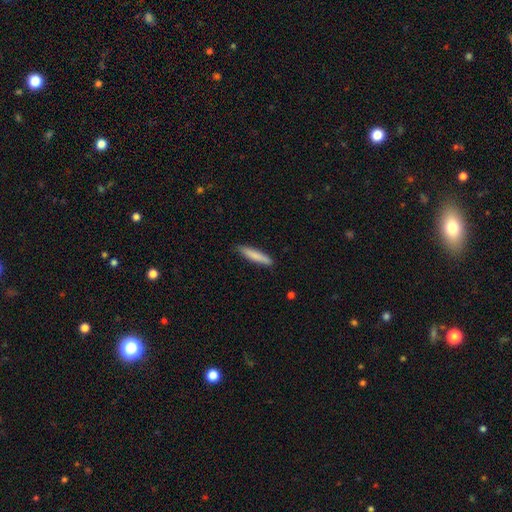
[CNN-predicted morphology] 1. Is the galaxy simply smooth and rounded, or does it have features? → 82% smooth, 12% featured or disk, 6% star or artifact.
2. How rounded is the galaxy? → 87% cigar-shaped, 12% in between, 1% round.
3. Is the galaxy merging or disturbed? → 86% none, 11% minor disturbance, 2% major disturbance, 1% merger.